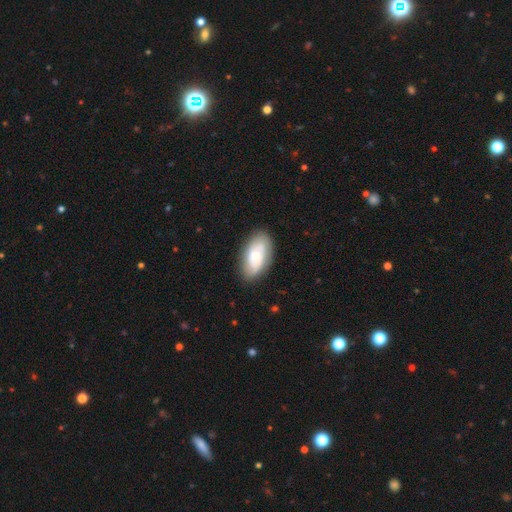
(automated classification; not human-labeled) This is possibly a smooth galaxy (51%). How rounded: clearly in between (92%). Merging: likely none (80%).